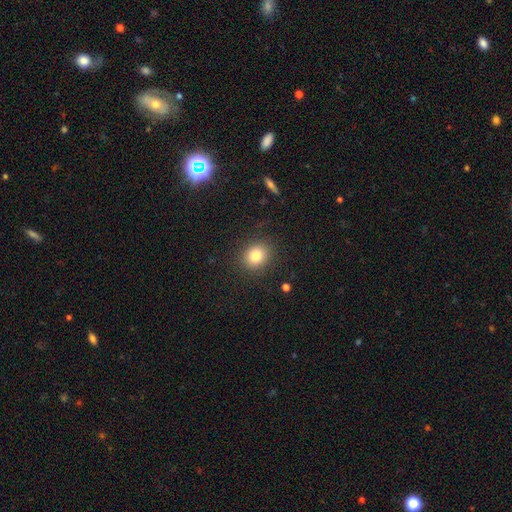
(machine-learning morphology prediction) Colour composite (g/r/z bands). It shows a smooth galaxy with no disk features (81%) that is round (74%). Merging: none (88%).